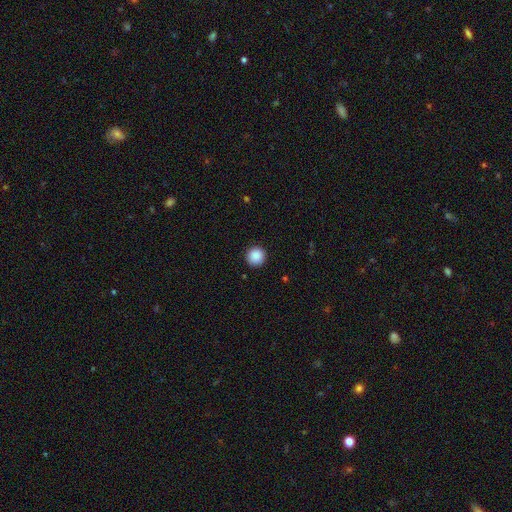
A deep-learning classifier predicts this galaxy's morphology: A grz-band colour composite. It shows a smooth galaxy with no disk features (89%) that is round (95%). Merging: none (92%).